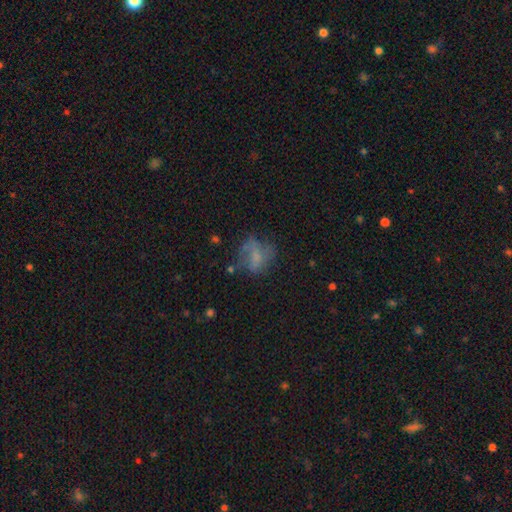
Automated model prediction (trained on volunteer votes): Smooth or featured? Predicted: smooth (p=0.49). Merging? Predicted: none (p=0.44).